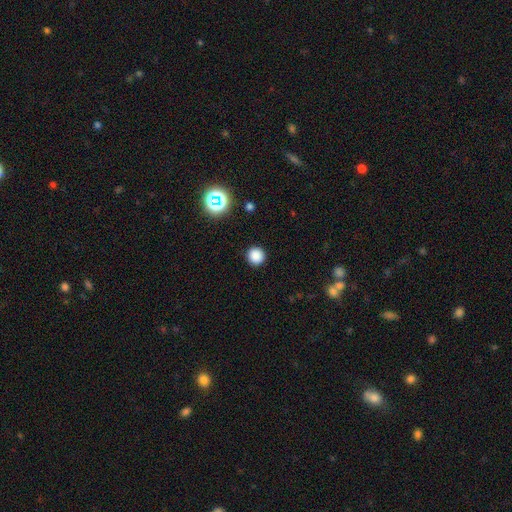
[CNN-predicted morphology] smooth-or-featured: smooth: 83% | star or artifact: 13% | featured or disk: 3%
  how-rounded: round: 94% | in between: 5% | cigar-shaped: 1%
  merging: none: 92% | minor disturbance: 5% | major disturbance: 2% | merger: 1%